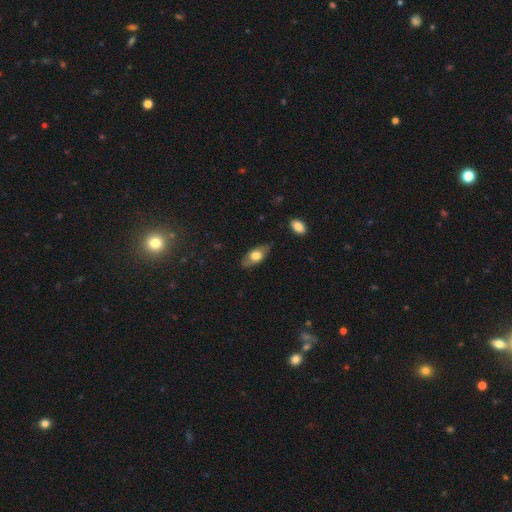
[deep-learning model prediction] Q: Smooth or featured?
A: smooth (65%); runner-up: featured or disk (28%)
Q: How rounded?
A: in between (83%); runner-up: cigar-shaped (12%)
Q: Merging?
A: none (80%); runner-up: minor disturbance (15%)